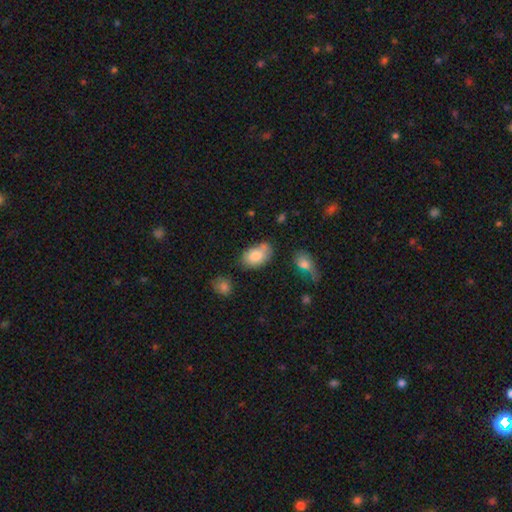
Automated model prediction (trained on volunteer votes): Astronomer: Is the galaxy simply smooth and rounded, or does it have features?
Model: smooth — 81%.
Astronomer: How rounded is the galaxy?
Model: in between — 90%.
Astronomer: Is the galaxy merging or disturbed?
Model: none — 54% (runner-up: minor disturbance, 29%).